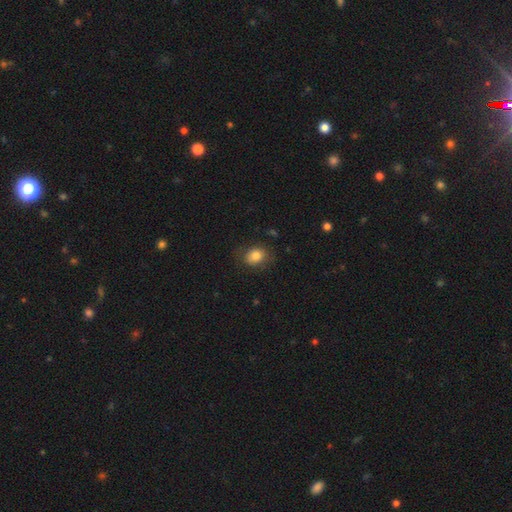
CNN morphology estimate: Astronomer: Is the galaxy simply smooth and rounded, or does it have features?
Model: smooth — 81%.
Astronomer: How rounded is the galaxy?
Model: in between — 51% (runner-up: round, 49%).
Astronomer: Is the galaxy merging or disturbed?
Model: none — 74%.